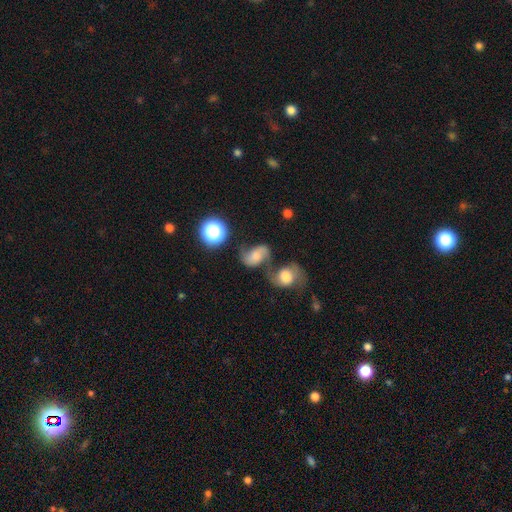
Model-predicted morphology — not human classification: Smooth or featured?
  - featured or disk: 47% *
  - smooth: 38%
  - star or artifact: 14%
Merging?
  - merger: 37% *
  - none: 35%
  - minor disturbance: 16%
  - major disturbance: 13%